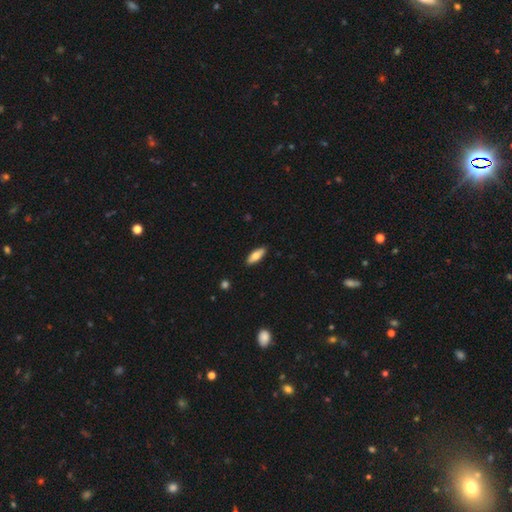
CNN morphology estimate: smooth_or_featured: smooth (p=0.71) [alt: featured or disk p=0.23]
how_rounded: in between (p=0.67) [alt: cigar-shaped p=0.31]
merging: none (p=0.89) [alt: minor disturbance p=0.08]